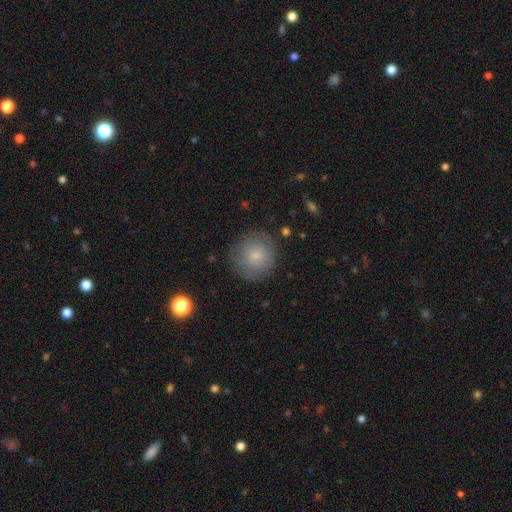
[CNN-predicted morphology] smooth_or_featured: smooth (p=0.75) [alt: featured or disk p=0.17]
how_rounded: round (p=0.93) [alt: in between p=0.06]
merging: none (p=0.81) [alt: minor disturbance p=0.13]